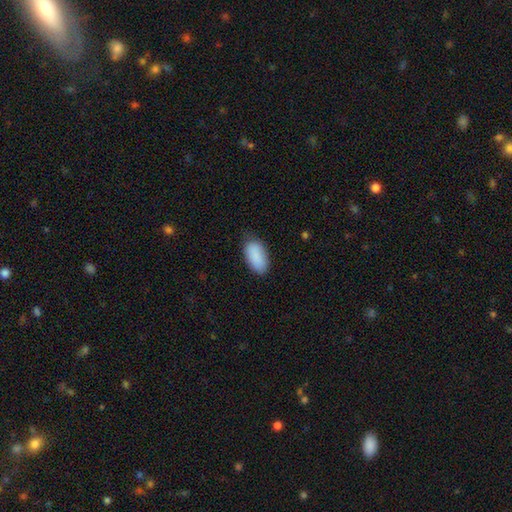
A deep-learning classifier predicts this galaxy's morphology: The model was most divided on "merging": none: 78%, minor disturbance: 17%, major disturbance: 3%, merger: 1%. More confident: how rounded — in between (94%); smooth or featured — smooth (89%).